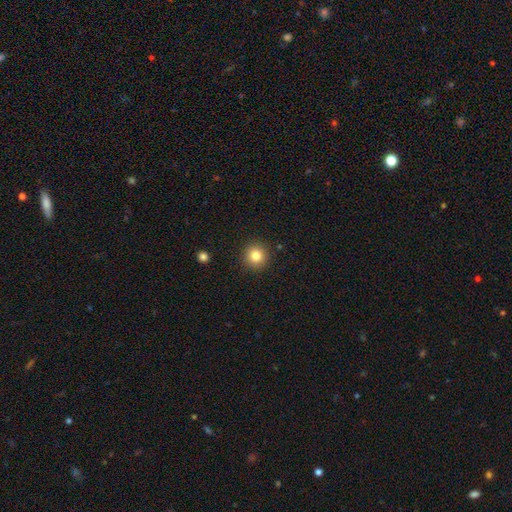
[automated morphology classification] type=smooth (82%); roundness=round (95%); merging=none (91%).